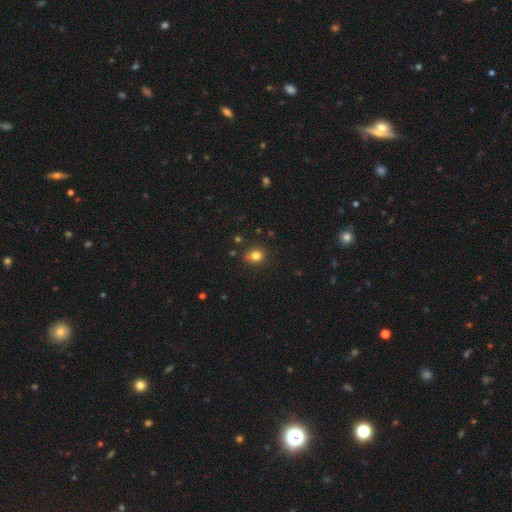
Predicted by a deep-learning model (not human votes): A smooth galaxy with no disk features (82%) that is round (74%). Merging: none (83%).